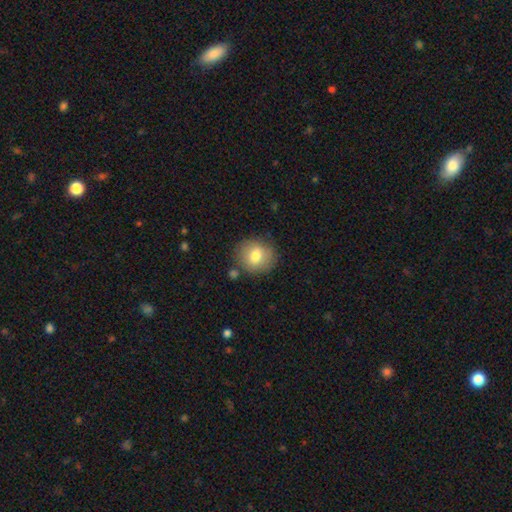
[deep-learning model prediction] smooth 76%, featured or disk 16%, star or artifact 8%. Down the decision tree: how rounded — round (79%); merging — none (81%).